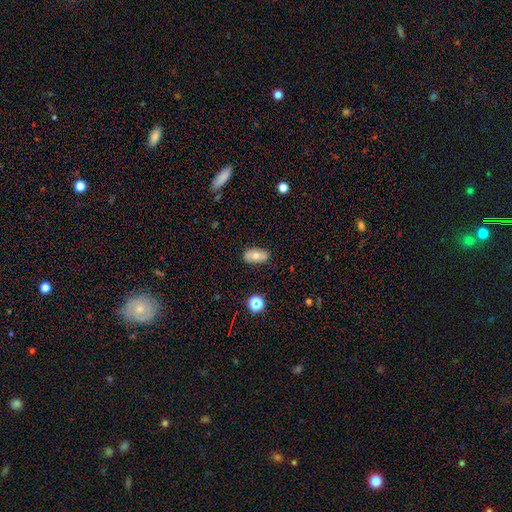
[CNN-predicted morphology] A smooth galaxy with no disk features (63%) that is in between round and cigar-shaped (89%).

Vote fractions:
- Smooth or featured? smooth: 63% / featured or disk: 27% / star or artifact: 10%
- How rounded? in between: 89% / round: 7% / cigar-shaped: 4%
- Merging? none: 83% / minor disturbance: 13% / major disturbance: 3% / merger: 2%